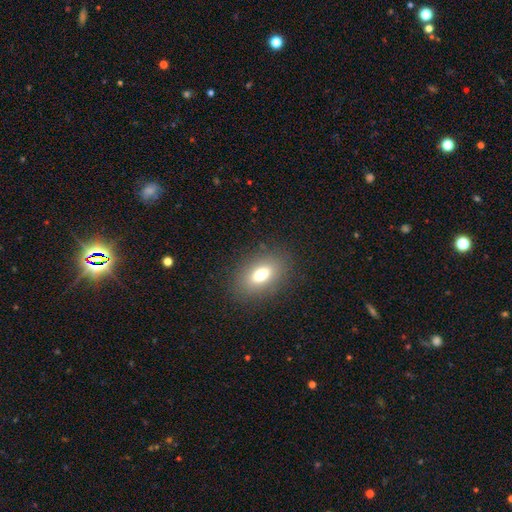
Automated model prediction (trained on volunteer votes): Morphology: type=smooth (69%); roundness=in between (75%); merging=none (90%).